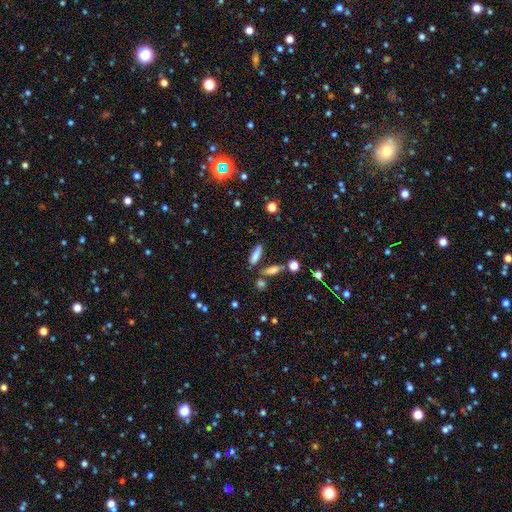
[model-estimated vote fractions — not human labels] The model was most divided on "how rounded": cigar-shaped: 51%, in between: 46%, round: 3%. More confident: smooth or featured — smooth (77%); merging — none (70%).